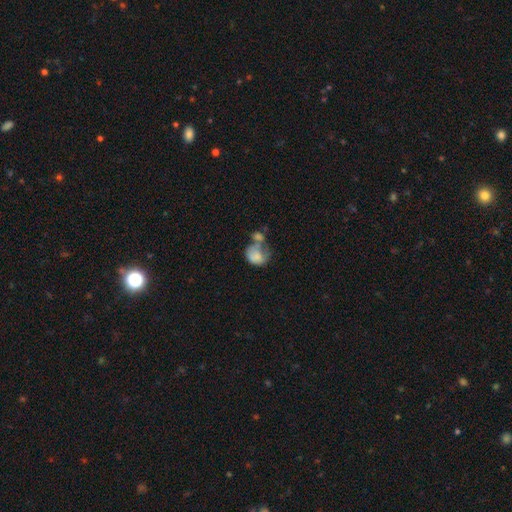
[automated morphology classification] Smooth or featured?
  - smooth: 69% *
  - featured or disk: 23%
  - star or artifact: 9%
How rounded?
  - in between: 54% *
  - round: 45%
  - cigar-shaped: 1%
Merging?
  - merger: 50% *
  - major disturbance: 19%
  - none: 17%
  - minor disturbance: 14%